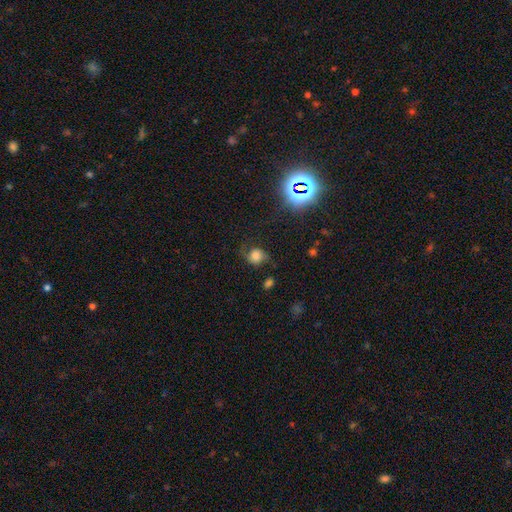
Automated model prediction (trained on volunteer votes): The model was most divided on "smooth or featured": smooth: 57%, featured or disk: 25%, star or artifact: 18%. More confident: how rounded — round (75%); merging — none (56%).